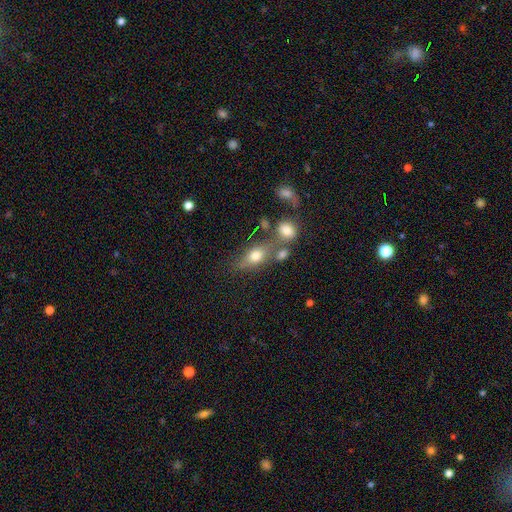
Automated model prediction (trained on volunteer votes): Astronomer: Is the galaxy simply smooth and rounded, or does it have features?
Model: smooth — 70%.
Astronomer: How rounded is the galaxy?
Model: in between — 71%.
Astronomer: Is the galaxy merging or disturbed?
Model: none — 51%.